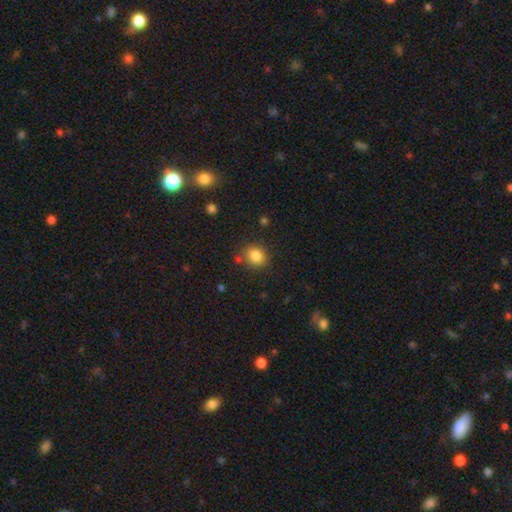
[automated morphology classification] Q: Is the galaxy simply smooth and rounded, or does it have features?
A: smooth — 84%.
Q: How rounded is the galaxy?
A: round — 76%.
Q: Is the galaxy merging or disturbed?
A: none — 78%.